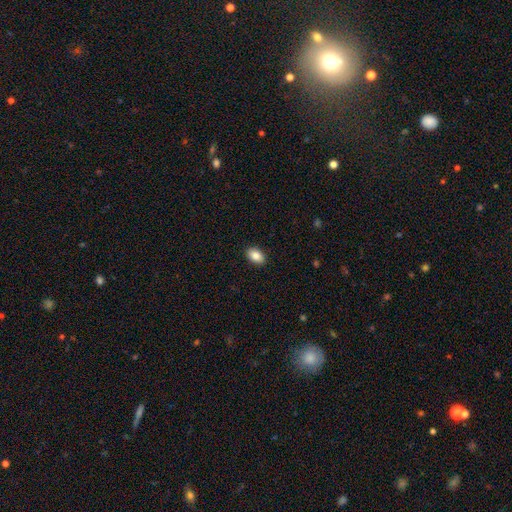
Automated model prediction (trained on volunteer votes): smooth_or_featured: smooth (p=0.86) [alt: star or artifact p=0.08]
how_rounded: in between (p=0.89) [alt: round p=0.09]
merging: none (p=0.91) [alt: minor disturbance p=0.07]